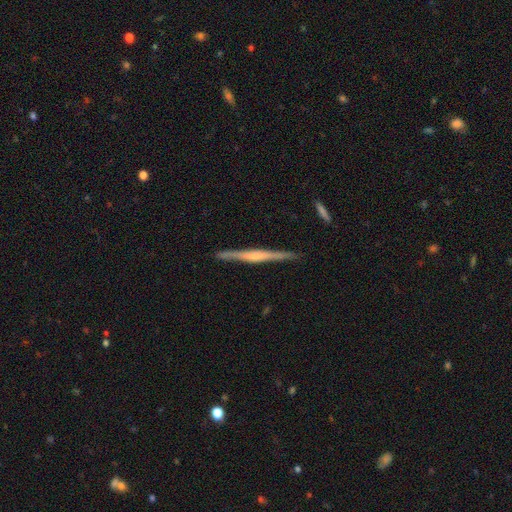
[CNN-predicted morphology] Smooth or featured? featured or disk (69%)
Edge-on disk? yes (98%)
Edge-on bulge? rounded (39%)
Merging? none (88%)